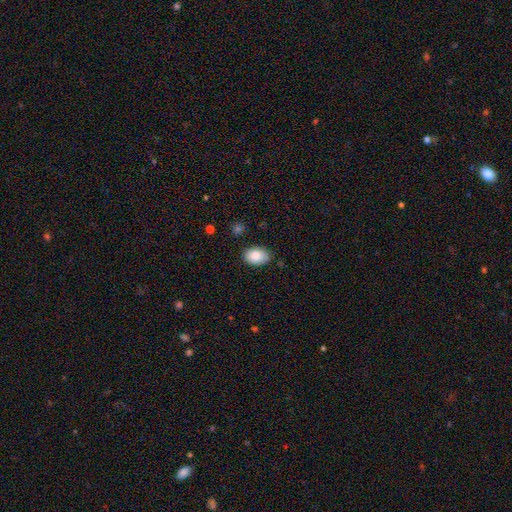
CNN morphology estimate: The model was most divided on "merging": none: 81%, minor disturbance: 15%, major disturbance: 3%, merger: 2%. More confident: how rounded — in between (86%); smooth or featured — smooth (86%).